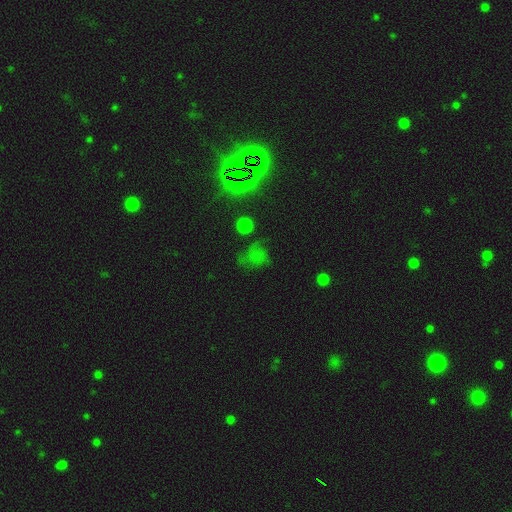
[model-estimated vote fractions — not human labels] Smooth or featured?
  - smooth: 55% *
  - star or artifact: 31%
  - featured or disk: 14%
How rounded?
  - round: 65% *
  - in between: 33%
  - cigar-shaped: 2%
Merging?
  - none: 52% *
  - minor disturbance: 22%
  - major disturbance: 21%
  - merger: 5%